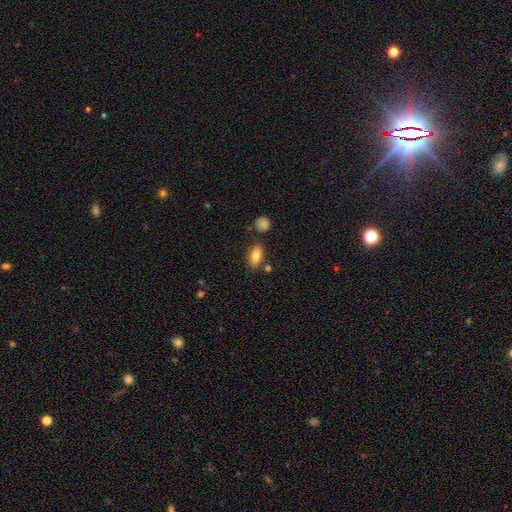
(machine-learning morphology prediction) Smooth or featured: smooth — 79% (featured or disk — 13%)
How rounded: in between — 86% (cigar-shaped — 9%)
Merging: none — 80% (minor disturbance — 12%)